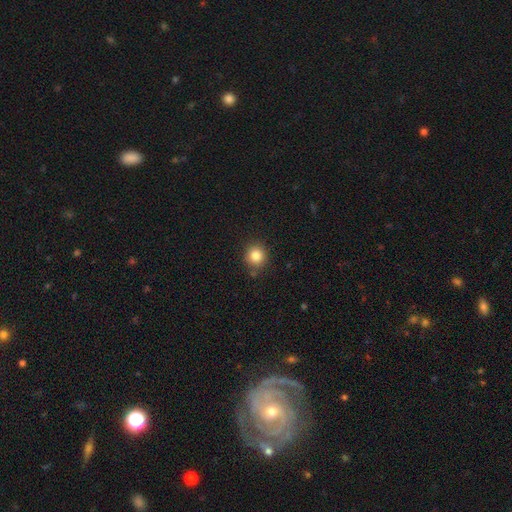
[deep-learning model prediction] Q: Smooth or featured?
A: smooth (84%); runner-up: star or artifact (11%)
Q: How rounded?
A: round (91%); runner-up: in between (8%)
Q: Merging?
A: none (86%); runner-up: minor disturbance (9%)